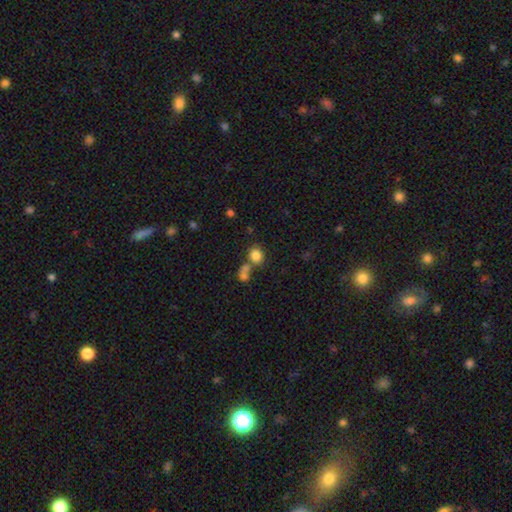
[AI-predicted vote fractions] Smooth or featured? Predicted: smooth (p=0.82). How rounded? Predicted: round (p=0.73). Merging? Predicted: none (p=0.54).